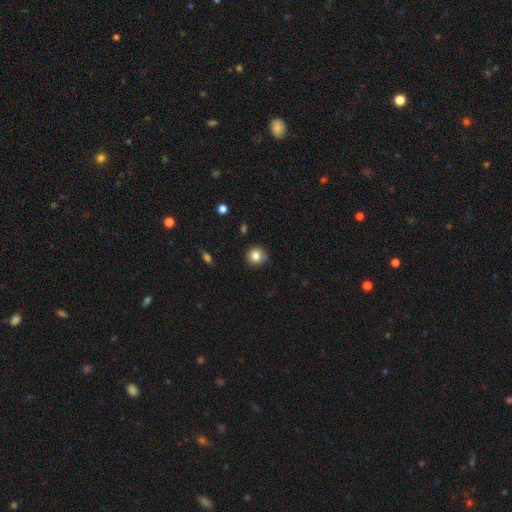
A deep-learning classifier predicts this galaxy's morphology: This appears to be a smooth galaxy with no disk features (82%) that is round (91%). Merging: none (80%).